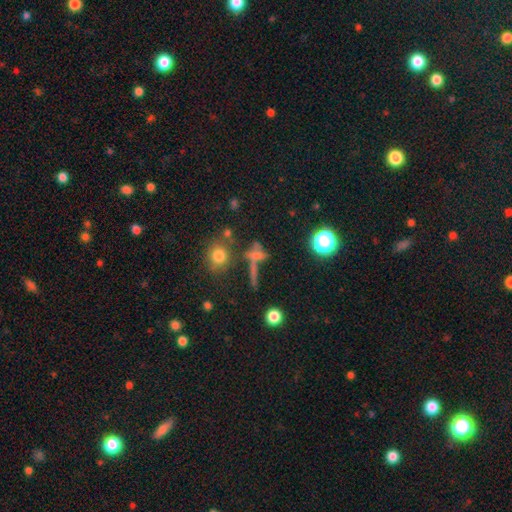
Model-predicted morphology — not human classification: Smooth or featured? Predicted: smooth (p=0.45). Merging? Predicted: none (p=0.66).